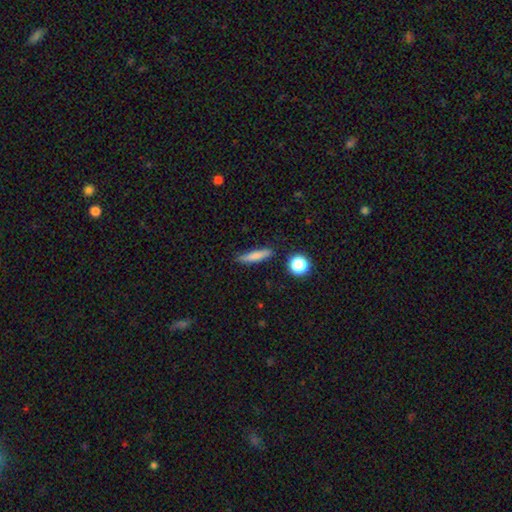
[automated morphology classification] Smooth or featured?
  - smooth: 77% *
  - featured or disk: 14%
  - star or artifact: 9%
How rounded?
  - cigar-shaped: 81% *
  - in between: 15%
  - round: 4%
Merging?
  - none: 83% *
  - minor disturbance: 11%
  - major disturbance: 3%
  - merger: 3%